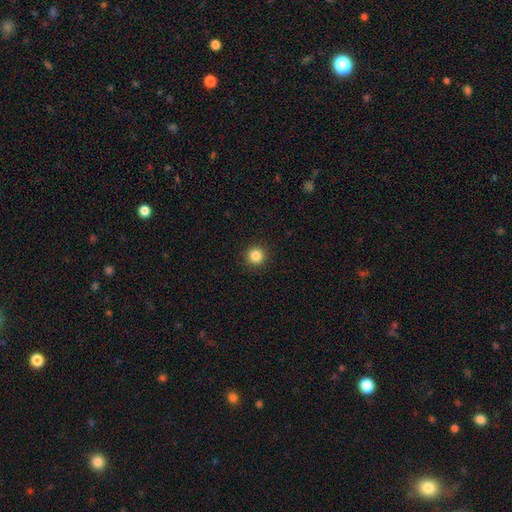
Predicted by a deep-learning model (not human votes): A smooth galaxy with no disk features (85%) that is round (95%).

Vote fractions:
- Smooth or featured? smooth: 85% / star or artifact: 11% / featured or disk: 4%
- How rounded? round: 95% / in between: 4% / cigar-shaped: 1%
- Merging? none: 92% / minor disturbance: 5% / major disturbance: 2% / merger: 1%